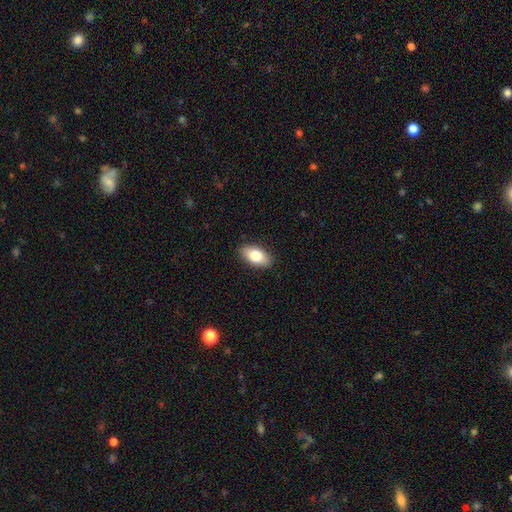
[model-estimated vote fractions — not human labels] Smooth or featured: smooth — 80% (featured or disk — 14%)
How rounded: in between — 92% (round — 5%)
Merging: none — 89% (minor disturbance — 8%)